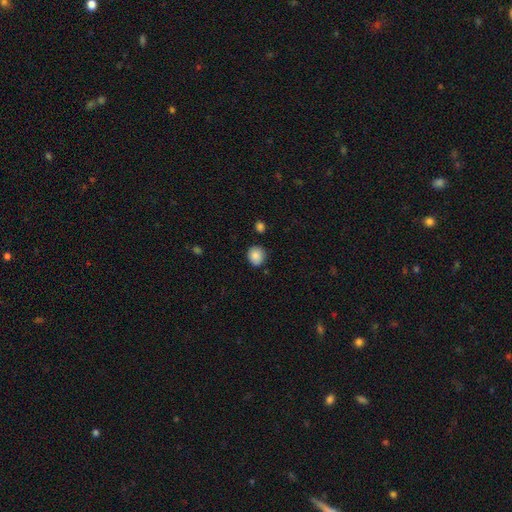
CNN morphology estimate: smooth 87%, star or artifact 9%, featured or disk 5%. Down the decision tree: how rounded — round (78%); merging — none (82%).